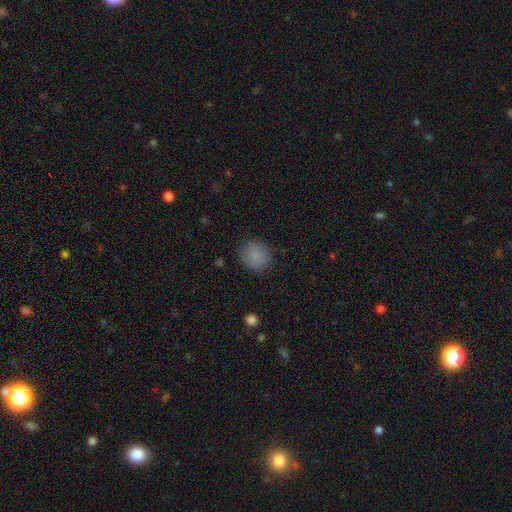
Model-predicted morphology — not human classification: Smooth or featured? Predicted: smooth (p=0.85). How rounded? Predicted: round (p=0.81). Merging? Predicted: none (p=0.85).